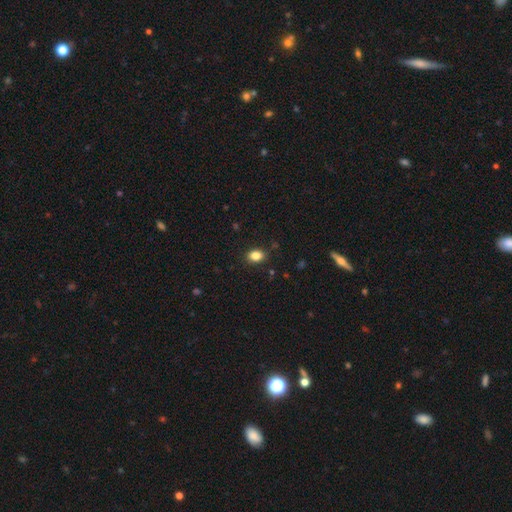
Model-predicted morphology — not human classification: smooth 85%, star or artifact 10%, featured or disk 5%. Down the decision tree: how rounded — in between (70%); merging — none (89%).